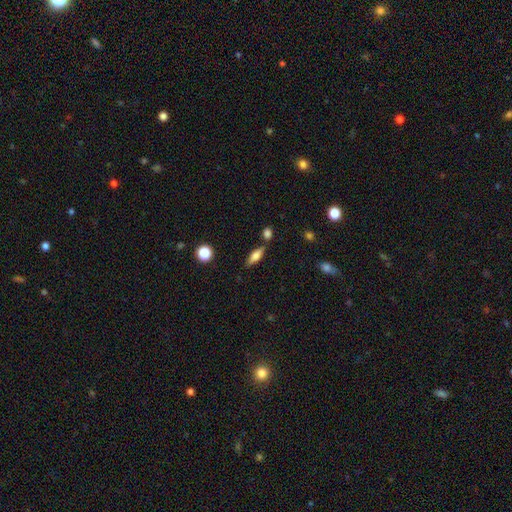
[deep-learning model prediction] smooth_or_featured: smooth (p=0.60) [alt: featured or disk p=0.32]
how_rounded: in between (p=0.56) [alt: cigar-shaped p=0.40]
merging: none (p=0.76) [alt: minor disturbance p=0.12]